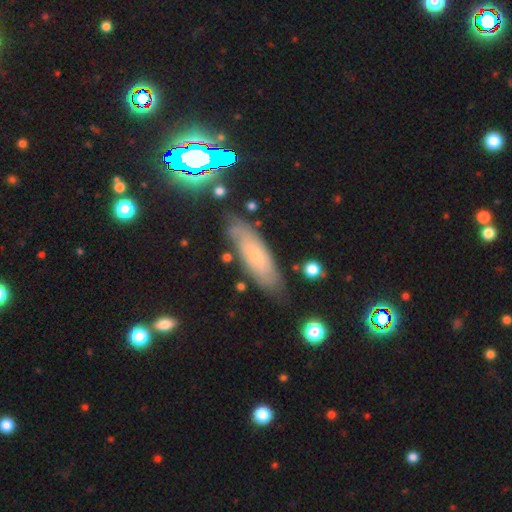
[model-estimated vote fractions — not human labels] Morphology: type=smooth (50%); roundness=cigar-shaped (49%, tied with in between); merging=none (77%).